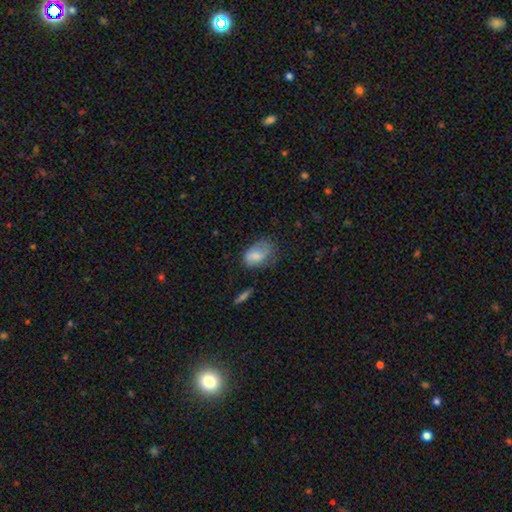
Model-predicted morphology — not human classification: smooth-or-featured: smooth: 75% | featured or disk: 17% | star or artifact: 8%
  how-rounded: in between: 85% | round: 14% | cigar-shaped: 1%
  merging: none: 43% | minor disturbance: 35% | major disturbance: 20% | merger: 2%